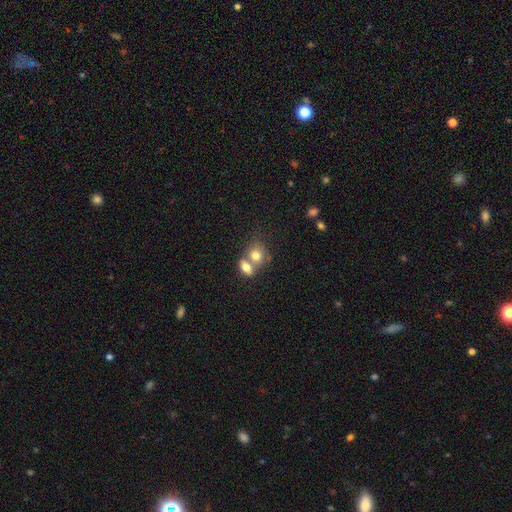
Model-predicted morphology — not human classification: Smooth or featured: smooth — 76% (featured or disk — 14%)
How rounded: in between — 49% (tied with round — 49%)
Merging: merger — 62% (none — 28%)